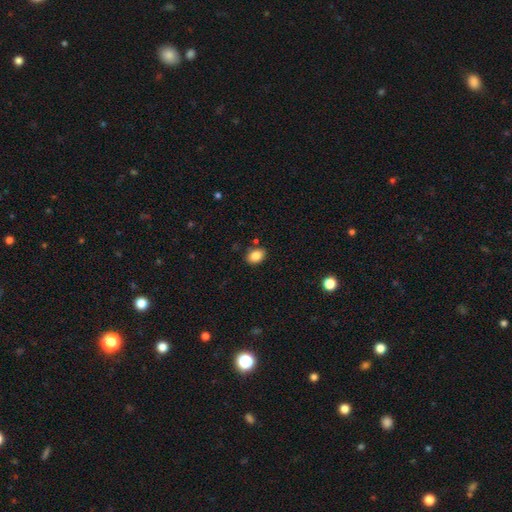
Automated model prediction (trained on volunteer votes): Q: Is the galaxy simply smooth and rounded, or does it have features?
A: smooth — 86%.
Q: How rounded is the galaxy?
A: in between — 76%.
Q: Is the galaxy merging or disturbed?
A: none — 82%.